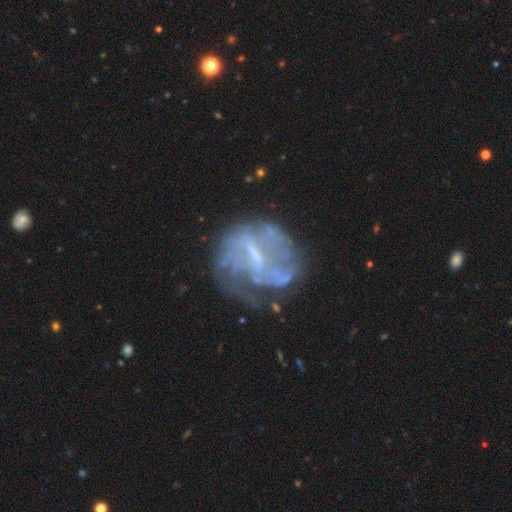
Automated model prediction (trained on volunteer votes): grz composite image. It shows a featured or disk galaxy (74%) with a weak bar (48%), spiral arms (58%) and a small central bulge (41%). Merging: none (49%).